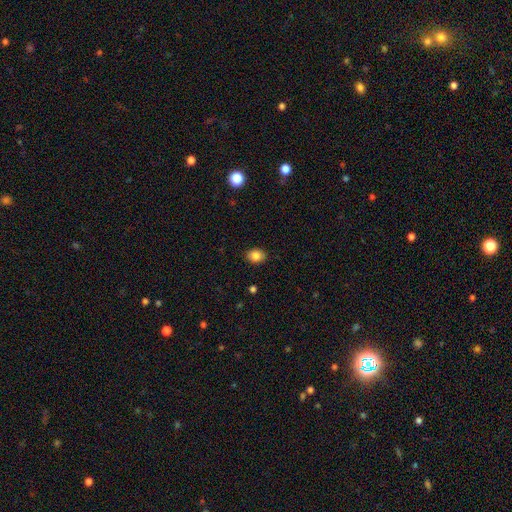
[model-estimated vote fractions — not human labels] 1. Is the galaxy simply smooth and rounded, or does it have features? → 85% smooth, 9% star or artifact, 6% featured or disk.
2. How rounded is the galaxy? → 61% in between, 38% round, 1% cigar-shaped.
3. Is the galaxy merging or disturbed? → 90% none, 7% minor disturbance, 2% major disturbance, 1% merger.